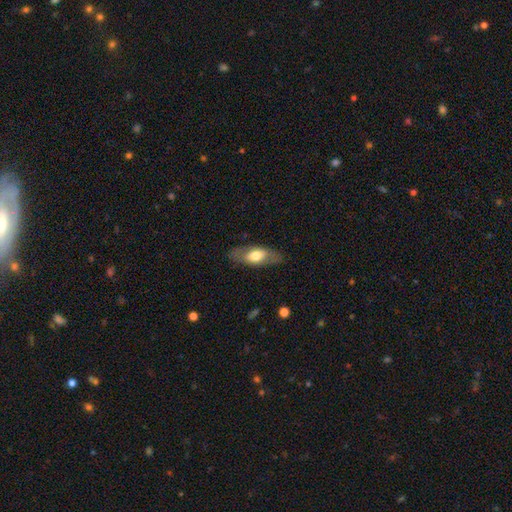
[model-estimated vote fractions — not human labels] Smooth or featured? Predicted: smooth (p=0.57). How rounded? Predicted: in between (p=0.80). Merging? Predicted: none (p=0.81).